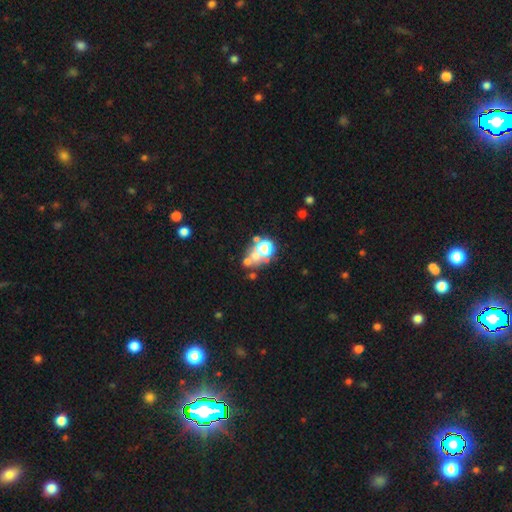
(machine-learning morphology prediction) smooth-or-featured: smooth: 39% | star or artifact: 38% | featured or disk: 23%
  merging: none: 44% | merger: 36% | minor disturbance: 10% | major disturbance: 10%